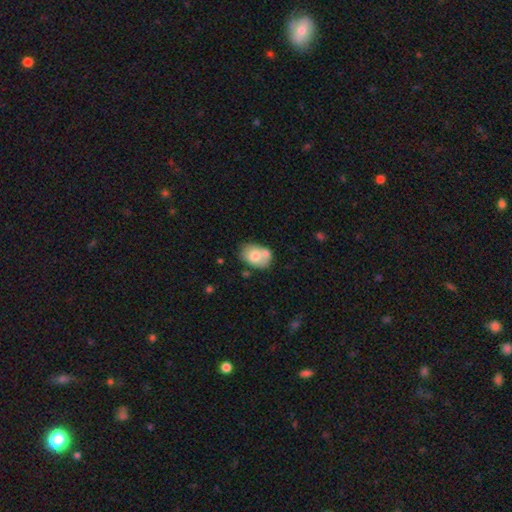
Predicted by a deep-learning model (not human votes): smooth-or-featured: smooth: 70% | featured or disk: 23% | star or artifact: 7%
  how-rounded: in between: 75% | round: 24% | cigar-shaped: 1%
  merging: none: 47% | merger: 30% | minor disturbance: 18% | major disturbance: 5%